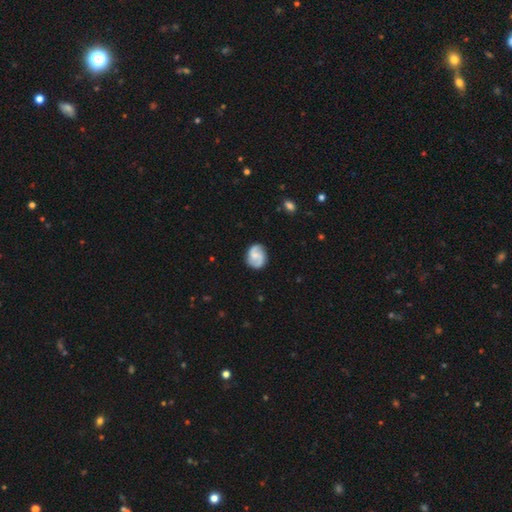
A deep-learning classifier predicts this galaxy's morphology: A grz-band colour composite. It shows a featured or disk galaxy (64%) with no bar (51%), 2 (85%) medium (44%) spiral arms (92%) and a small central bulge (47%). Merging: none (80%).